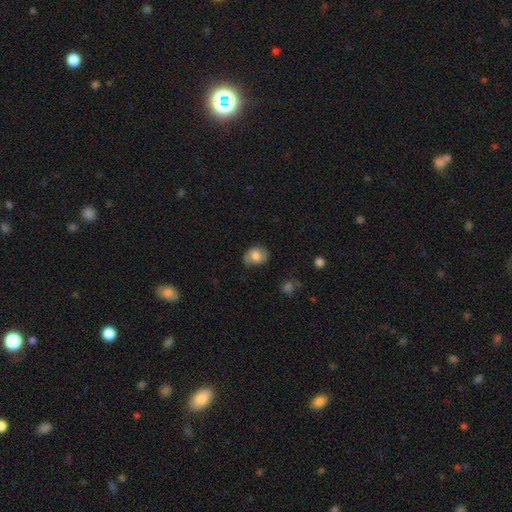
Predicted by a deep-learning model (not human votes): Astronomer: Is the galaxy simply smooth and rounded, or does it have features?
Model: smooth — 67%.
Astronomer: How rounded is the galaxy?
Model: in between — 57% (runner-up: round, 42%).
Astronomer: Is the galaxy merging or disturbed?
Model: none — 75%.